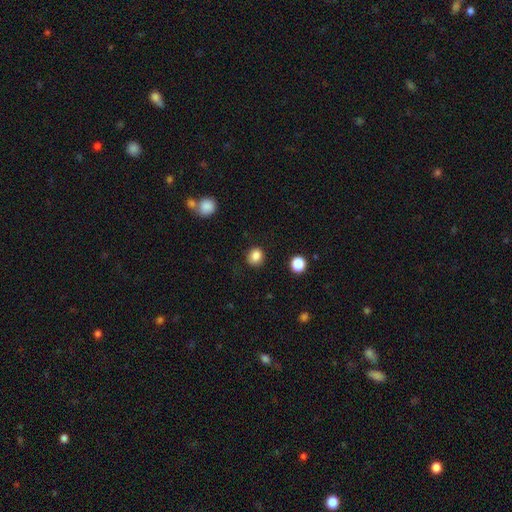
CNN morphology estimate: Overall: smooth (85%). How rounded: round (72%). Merging: none (85%).